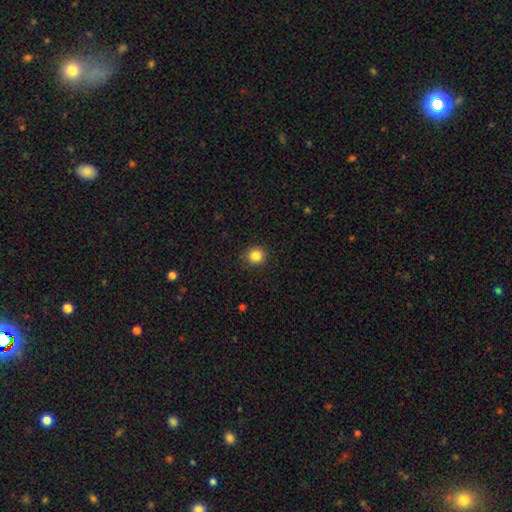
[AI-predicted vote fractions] A smooth galaxy with no disk features (85%) that is round (88%). Merging: none (90%).